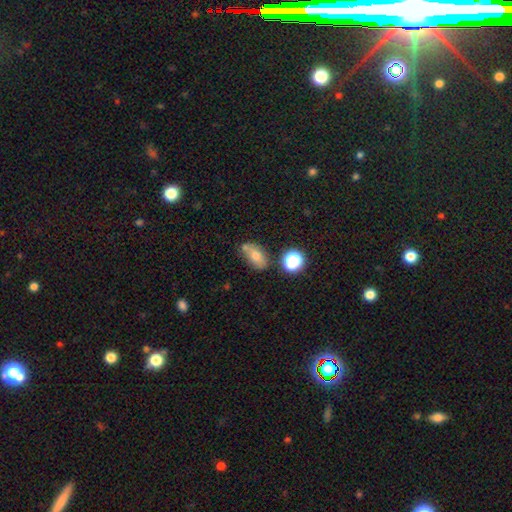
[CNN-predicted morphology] Smooth or featured? smooth (67%)
How rounded? in between (81%)
Merging? none (56%)